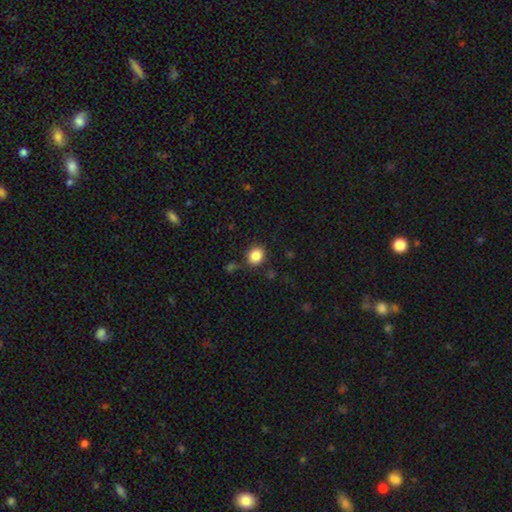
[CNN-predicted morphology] smooth 86%, star or artifact 10%, featured or disk 4%. Down the decision tree: how rounded — round (77%); merging — none (84%).